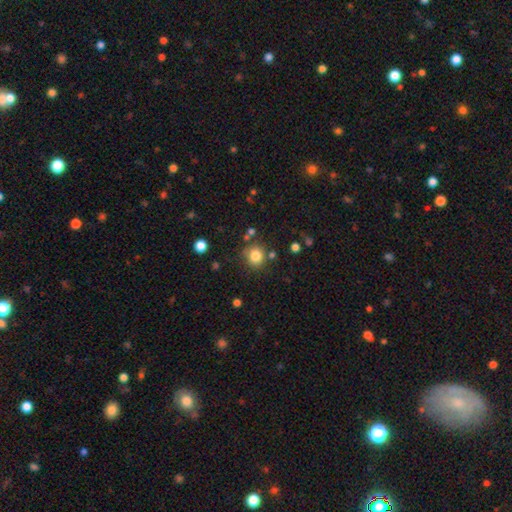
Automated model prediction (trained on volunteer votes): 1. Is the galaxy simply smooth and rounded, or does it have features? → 82% smooth, 12% star or artifact, 6% featured or disk.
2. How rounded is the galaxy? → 89% round, 10% in between, 1% cigar-shaped.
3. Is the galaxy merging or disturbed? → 77% none, 11% minor disturbance, 7% merger, 4% major disturbance.